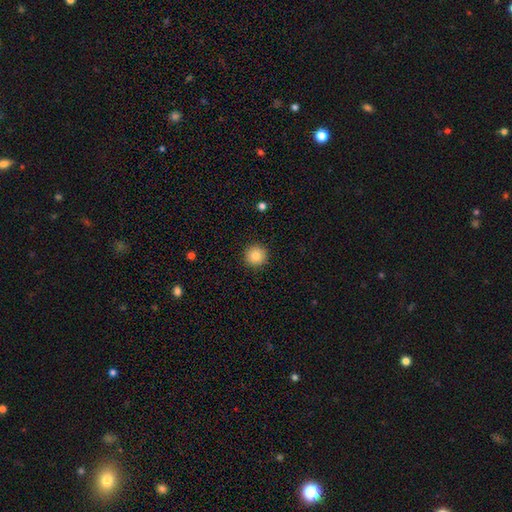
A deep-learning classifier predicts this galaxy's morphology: Smooth or featured?
  - smooth: 83% *
  - star or artifact: 10%
  - featured or disk: 7%
How rounded?
  - round: 96% *
  - in between: 3%
  - cigar-shaped: 1%
Merging?
  - none: 92% *
  - minor disturbance: 5%
  - major disturbance: 2%
  - merger: 1%